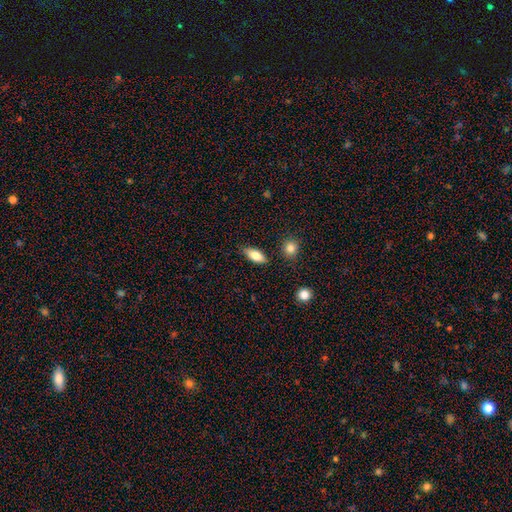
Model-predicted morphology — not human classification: smooth-or-featured: smooth: 82% | featured or disk: 11% | star or artifact: 7%
  how-rounded: in between: 83% | cigar-shaped: 14% | round: 3%
  merging: none: 84% | minor disturbance: 12% | major disturbance: 2% | merger: 2%